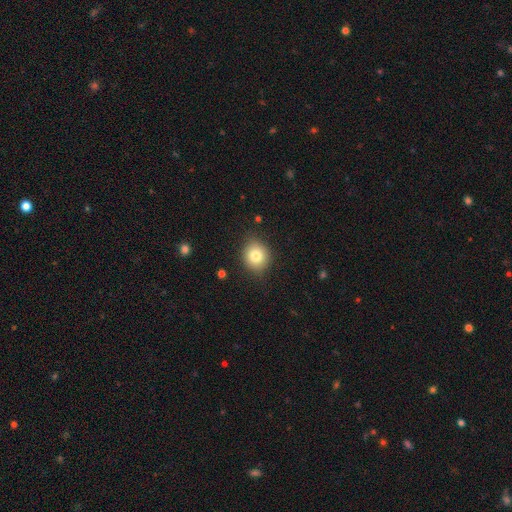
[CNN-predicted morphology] Smooth or featured? smooth (81%)
How rounded? round (79%)
Merging? none (85%)